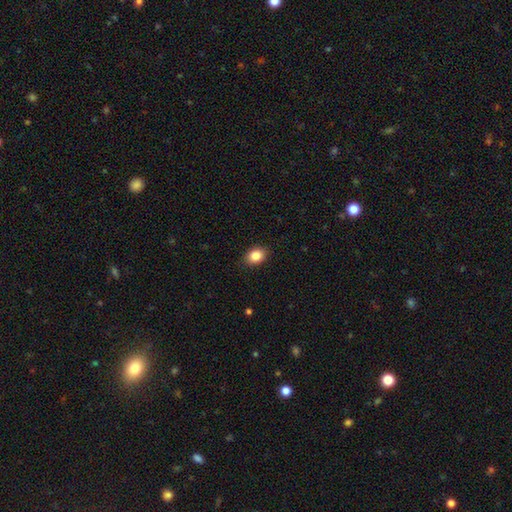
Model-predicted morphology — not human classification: This appears to be a smooth galaxy with no disk features (85%) that is in between round and cigar-shaped (65%). Merging: none (88%).